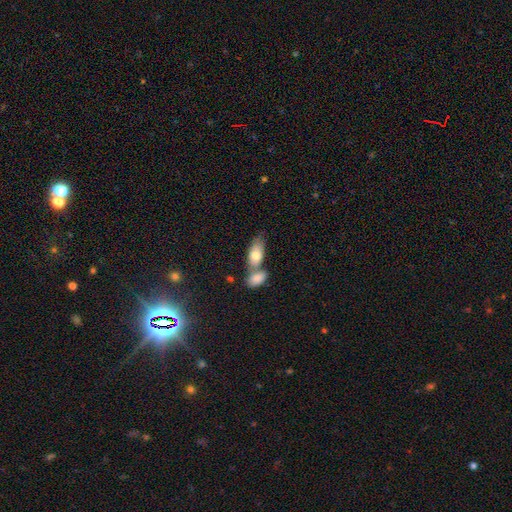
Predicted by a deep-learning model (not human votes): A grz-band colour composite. It shows a smooth galaxy with no disk features (77%) that is in between round and cigar-shaped (88%). Merging: merger (55%).